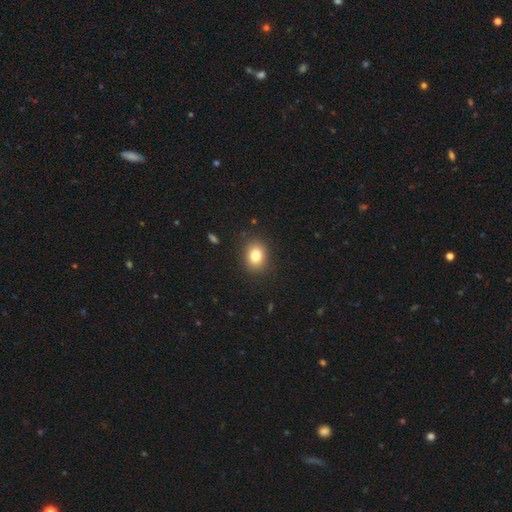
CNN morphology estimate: smooth 81%, star or artifact 11%, featured or disk 9%. Down the decision tree: how rounded — round (52%); merging — none (88%).